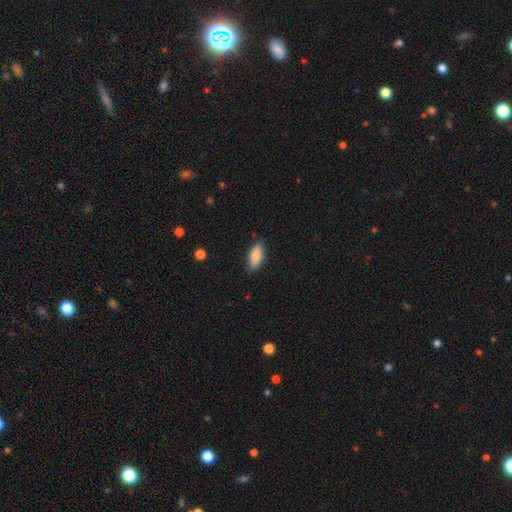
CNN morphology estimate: Smooth or featured: smooth — 84% (featured or disk — 10%)
How rounded: in between — 74% (cigar-shaped — 24%)
Merging: none — 84% (minor disturbance — 13%)